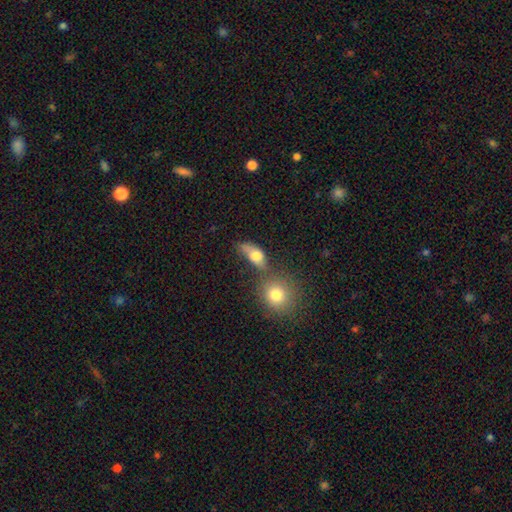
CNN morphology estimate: Smooth or featured: smooth — 71% (featured or disk — 18%)
How rounded: in between — 70% (round — 21%)
Merging: merger — 33% (tied with none — 33%)